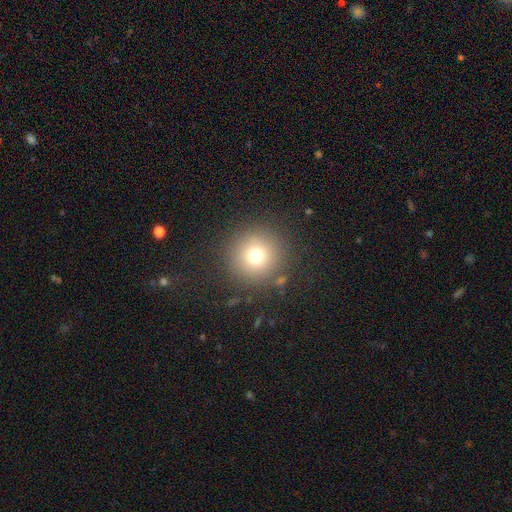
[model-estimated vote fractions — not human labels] smooth 73%, star or artifact 16%, featured or disk 11%. Down the decision tree: how rounded — round (96%); merging — none (87%).